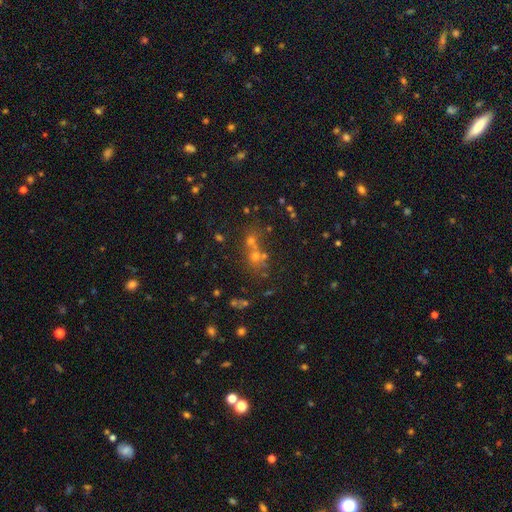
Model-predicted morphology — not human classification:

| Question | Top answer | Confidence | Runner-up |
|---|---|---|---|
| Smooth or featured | smooth | 44% | star or artifact (38%) |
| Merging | none | 46% | merger (43%) |